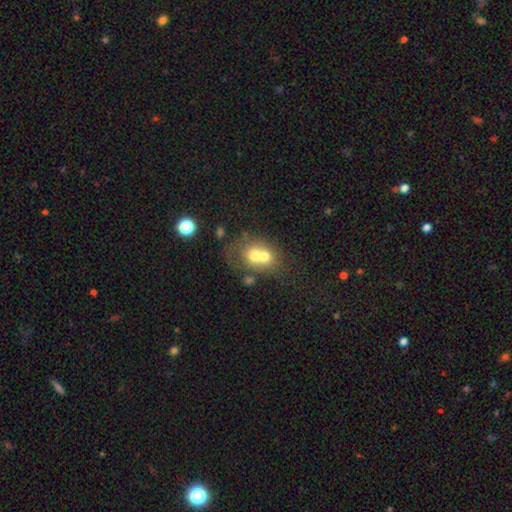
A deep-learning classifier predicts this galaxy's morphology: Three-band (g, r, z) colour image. It shows a smooth galaxy with no disk features (62%) that is round (61%). Merging: merger (66%).